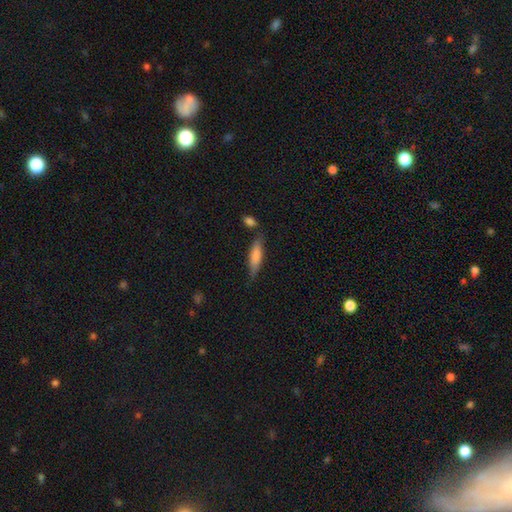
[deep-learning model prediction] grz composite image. It shows a smooth galaxy with no disk features (77%) that is cigar-shaped (62%). Merging: none (67%).